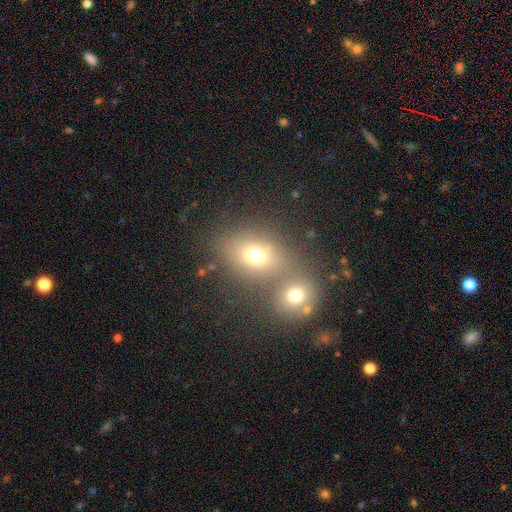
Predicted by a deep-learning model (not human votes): smooth-or-featured: smooth: 70% | featured or disk: 15% | star or artifact: 15%
  how-rounded: round: 52% | in between: 46% | cigar-shaped: 1%
  merging: merger: 49% | none: 38% | minor disturbance: 8% | major disturbance: 4%